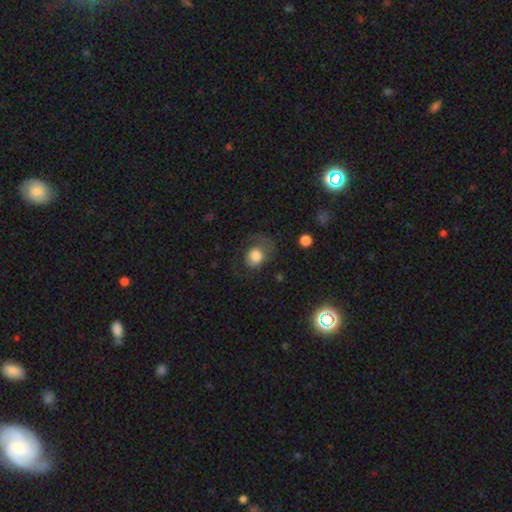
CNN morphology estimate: This is likely a smooth galaxy (75%). How rounded: possibly round (56%). Merging: marginally none (42%).